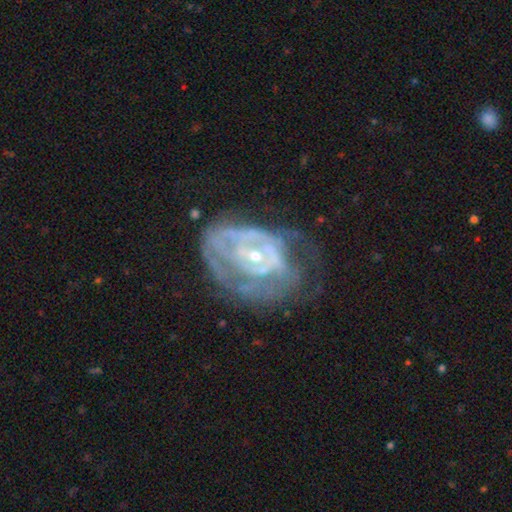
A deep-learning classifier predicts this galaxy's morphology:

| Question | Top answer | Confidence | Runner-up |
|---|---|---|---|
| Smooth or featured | featured or disk | 78% | smooth (14%) |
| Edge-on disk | no | 97% | yes (3%) |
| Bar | no | 68% | weak (25%) |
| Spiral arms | yes | 64% | no (36%) |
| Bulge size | small | 68% | moderate (27%) |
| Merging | major disturbance | 36% | none (35%) |